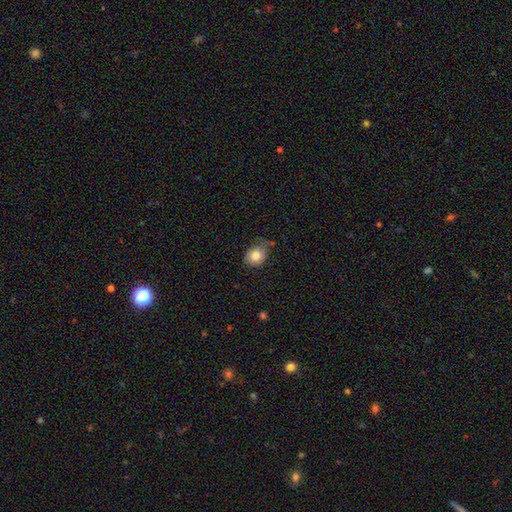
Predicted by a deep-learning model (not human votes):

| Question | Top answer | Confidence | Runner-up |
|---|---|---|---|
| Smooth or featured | smooth | 82% | featured or disk (10%) |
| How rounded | round | 51% | in between (48%) |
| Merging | none | 51% | minor disturbance (35%) |